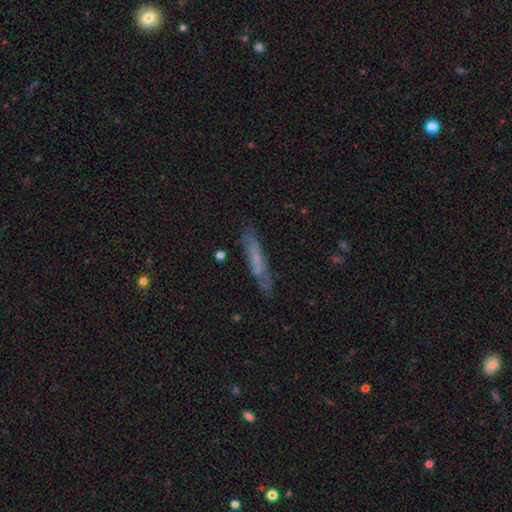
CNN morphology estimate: A smooth galaxy with no disk features (54%) that is cigar-shaped (91%).

Vote fractions:
- Smooth or featured? smooth: 54% / featured or disk: 38% / star or artifact: 8%
- How rounded? cigar-shaped: 91% / in between: 7% / round: 2%
- Merging? none: 81% / minor disturbance: 13% / major disturbance: 3% / merger: 2%